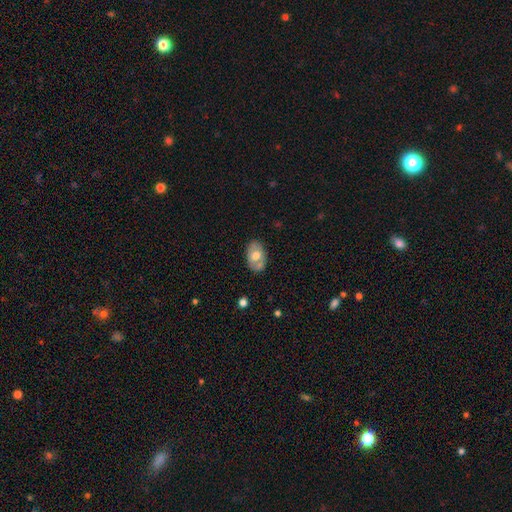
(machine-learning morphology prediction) Q: Smooth or featured?
A: smooth (57%); runner-up: featured or disk (37%)
Q: How rounded?
A: in between (87%); runner-up: round (12%)
Q: Merging?
A: none (70%); runner-up: minor disturbance (17%)